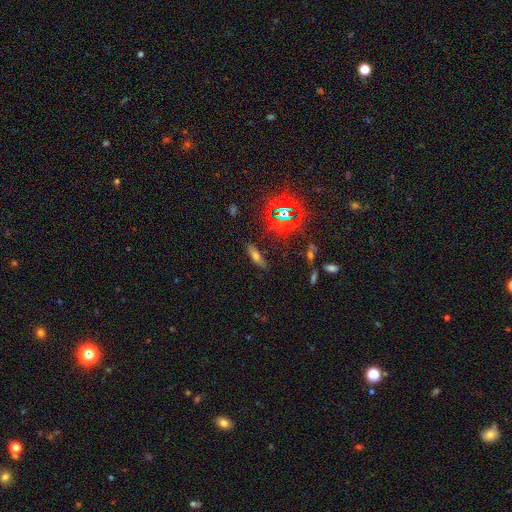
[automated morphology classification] smooth 48%, featured or disk 27%, star or artifact 25%. Down the decision tree: merging — none (82%).